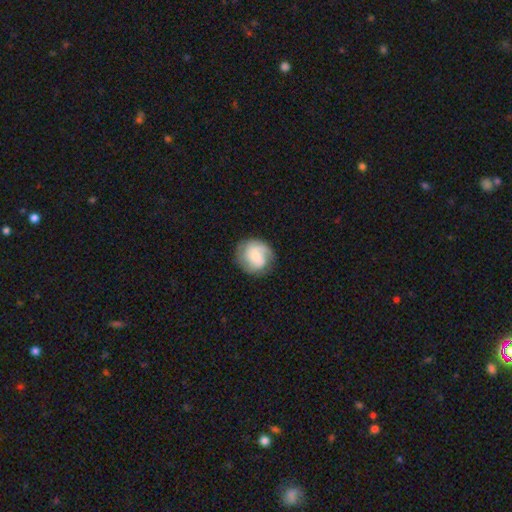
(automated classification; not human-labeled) This is possibly a featured or disk galaxy (55%). It is clearly not viewed edge-on (98%). Bar: possibly no (59%). Spiral arm pattern: clearly yes (88%). Central bulge: possibly small (54%). Merging: likely none (74%).